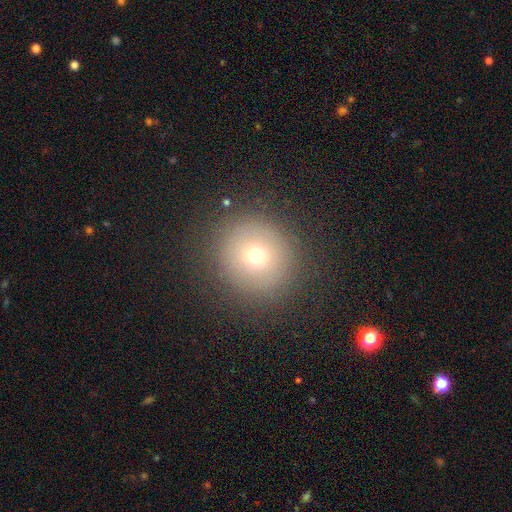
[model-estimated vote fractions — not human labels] smooth_or_featured: smooth (p=0.68) [alt: star or artifact p=0.18]
how_rounded: round (p=0.93) [alt: in between p=0.06]
merging: none (p=0.86) [alt: minor disturbance p=0.08]